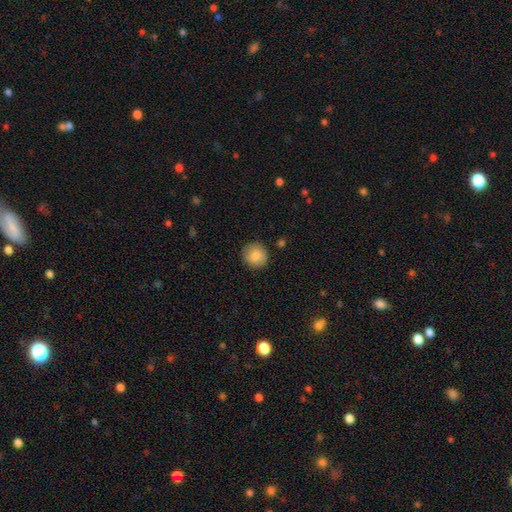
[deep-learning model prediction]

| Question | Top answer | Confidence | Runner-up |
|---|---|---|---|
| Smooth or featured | smooth | 85% | star or artifact (8%) |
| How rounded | round | 86% | in between (13%) |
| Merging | none | 83% | minor disturbance (12%) |